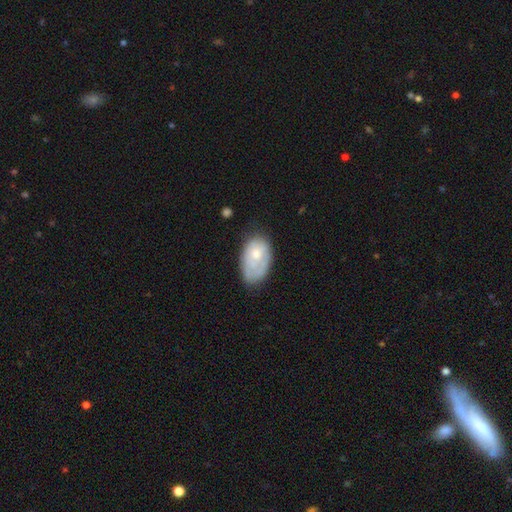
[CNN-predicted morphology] Smooth or featured? smooth (56%)
How rounded? in between (90%)
Merging? none (52%)